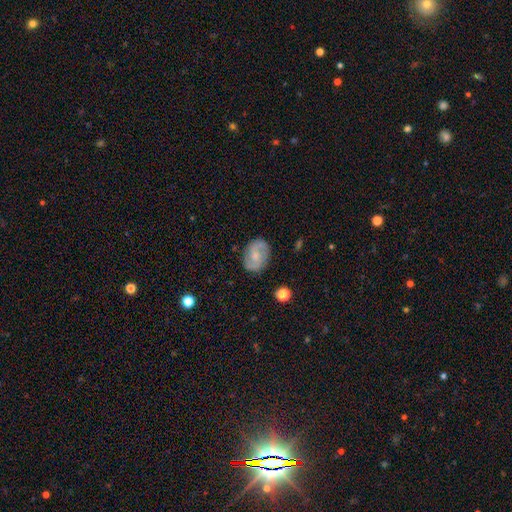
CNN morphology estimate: Q: Smooth or featured?
A: featured or disk (62%); runner-up: smooth (31%)
Q: Edge-on disk?
A: no (97%); runner-up: yes (3%)
Q: Bar?
A: no (54%); runner-up: weak (39%)
Q: Spiral arms?
A: yes (88%); runner-up: no (12%)
Q: Spiral winding?
A: medium (47%); runner-up: tight (31%)
Q: Spiral arm count?
A: 2 (85%); runner-up: can't tell (9%)
Q: Bulge size?
A: small (51%); runner-up: moderate (37%)
Q: Merging?
A: none (82%); runner-up: minor disturbance (13%)